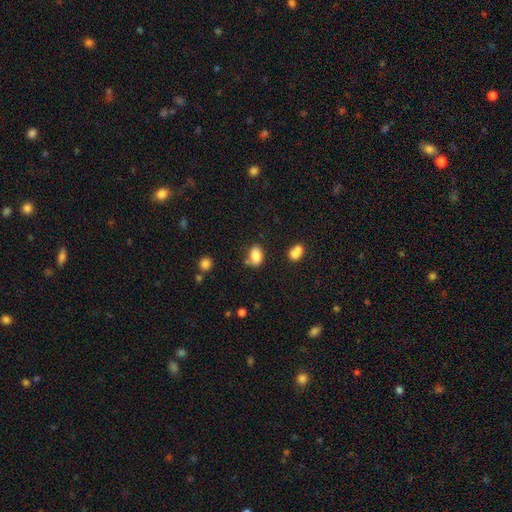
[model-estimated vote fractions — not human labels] smooth_or_featured: smooth (p=0.83) [alt: star or artifact p=0.09]
how_rounded: in between (p=0.80) [alt: round p=0.18]
merging: none (p=0.59) [alt: minor disturbance p=0.23]